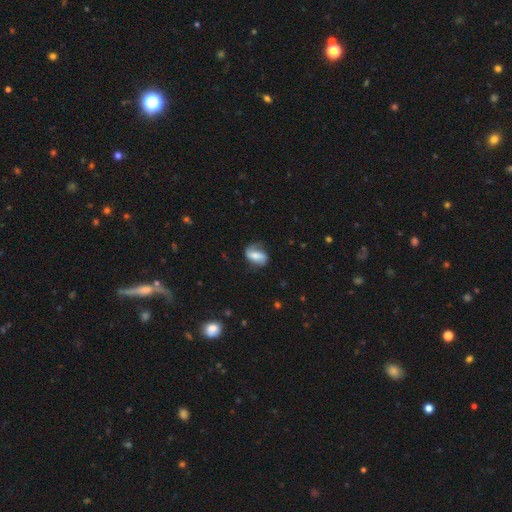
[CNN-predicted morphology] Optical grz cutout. It shows a smooth galaxy with no disk features (48%). Merging: none (66%).